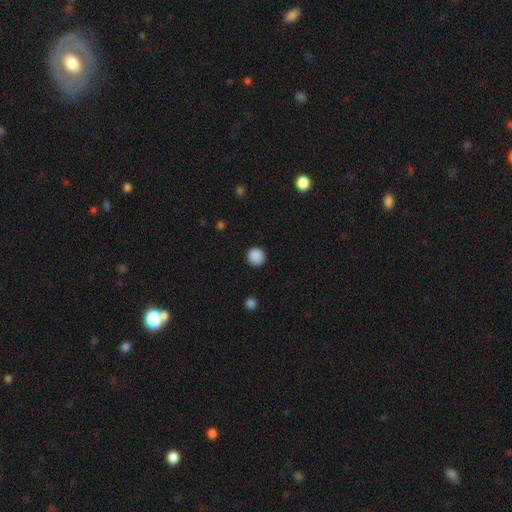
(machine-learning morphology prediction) This appears to be a smooth galaxy with no disk features (89%) that is round (93%). Merging: none (91%).